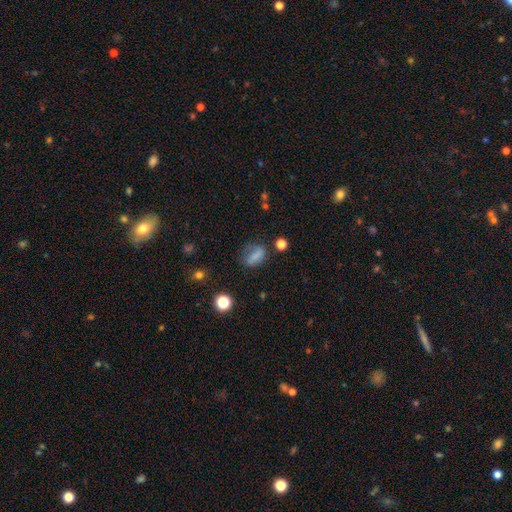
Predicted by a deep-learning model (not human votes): smooth 72%, featured or disk 14%, star or artifact 13%. Down the decision tree: how rounded — in between (72%); merging — none (53%).